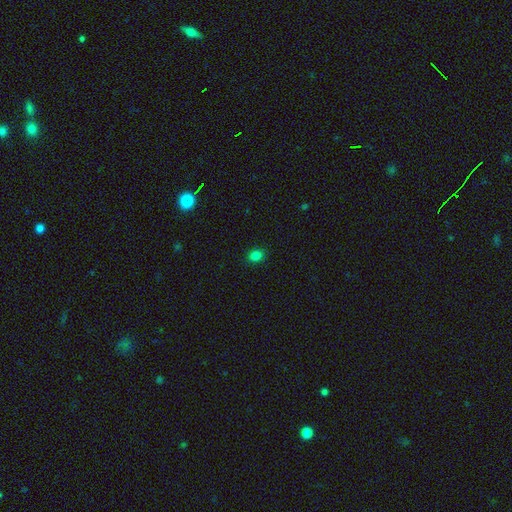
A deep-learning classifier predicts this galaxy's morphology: The model was most divided on "how rounded": round: 51%, in between: 48%, cigar-shaped: 1%. More confident: merging — none (89%); smooth or featured — smooth (82%).